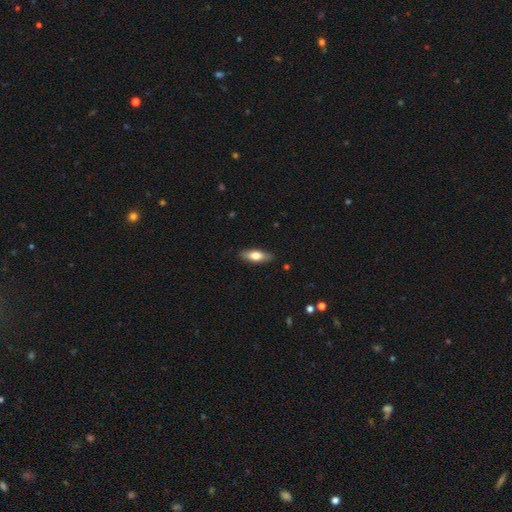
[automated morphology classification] Smooth or featured: smooth — 69% (featured or disk — 25%)
How rounded: in between — 67% (cigar-shaped — 31%)
Merging: none — 86% (minor disturbance — 10%)